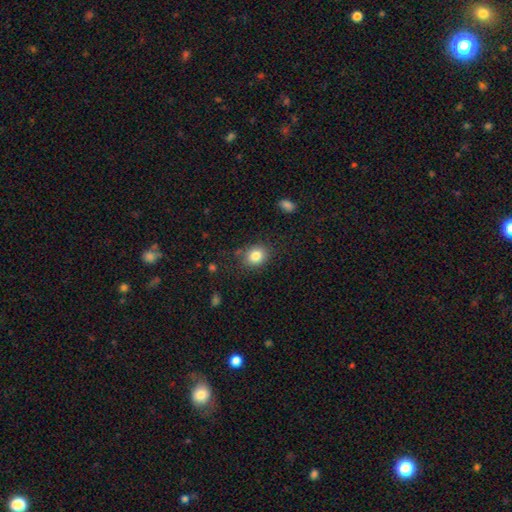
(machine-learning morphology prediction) smooth_or_featured: smooth (p=0.83) [alt: star or artifact p=0.10]
how_rounded: round (p=0.61) [alt: in between p=0.38]
merging: none (p=0.81) [alt: minor disturbance p=0.13]